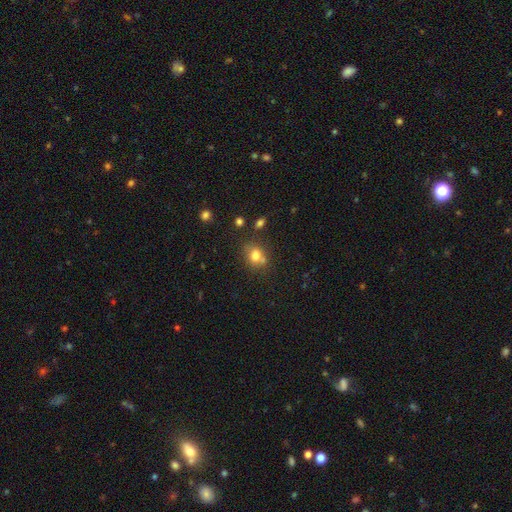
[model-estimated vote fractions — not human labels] Smooth or featured? smooth (76%)
How rounded? round (57%)
Merging? none (55%)